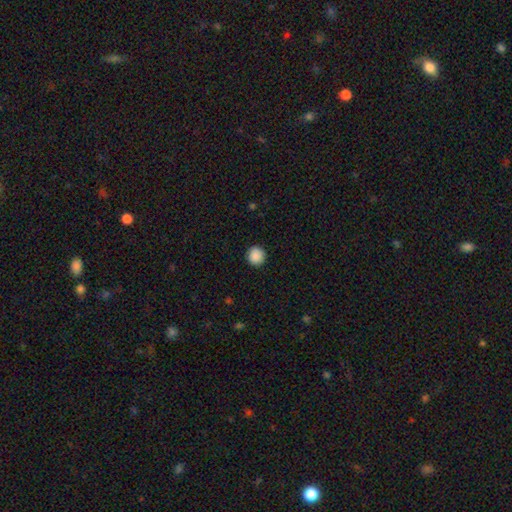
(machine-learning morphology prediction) smooth 89%, star or artifact 8%, featured or disk 3%. Down the decision tree: how rounded — round (93%); merging — none (91%).